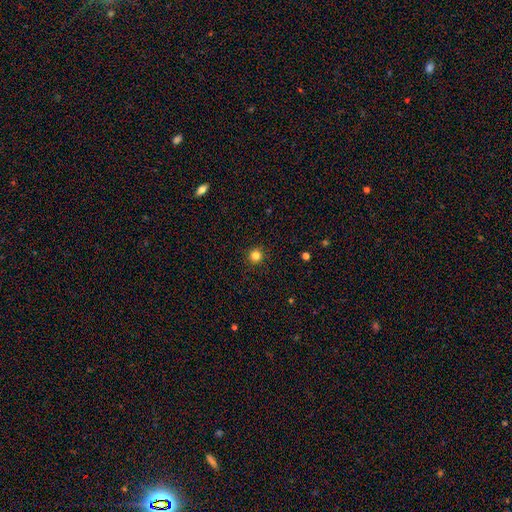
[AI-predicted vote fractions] This appears to be a smooth galaxy with no disk features (83%) that is round (95%). Merging: none (92%).